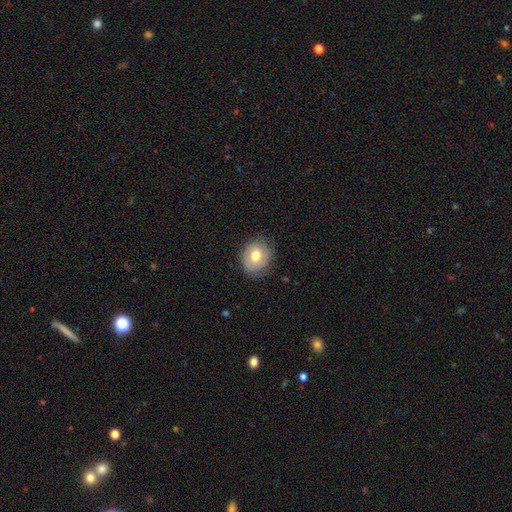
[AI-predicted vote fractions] Morphology: type=smooth (62%); roundness=round (62%); merging=none (76%).